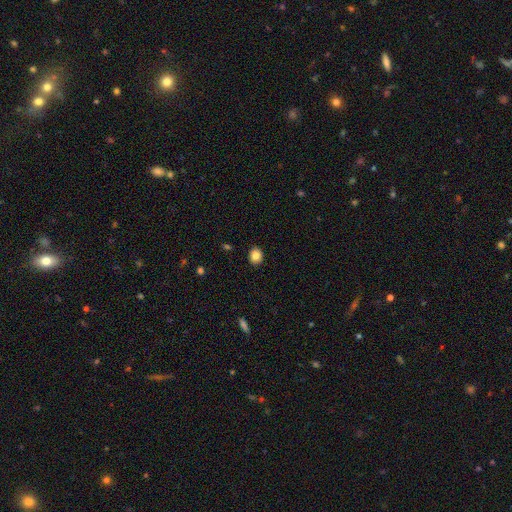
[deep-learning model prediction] The model was most divided on "how rounded": round: 63%, in between: 36%, cigar-shaped: 1%. More confident: merging — none (91%); smooth or featured — smooth (84%).